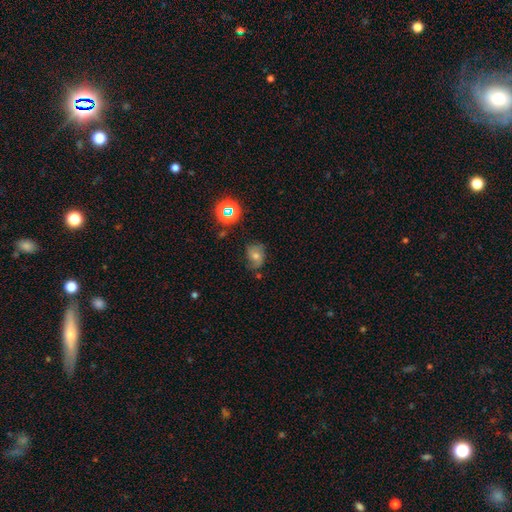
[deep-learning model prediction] Smooth or featured? Predicted: featured or disk (p=0.46). Merging? Predicted: none (p=0.62).